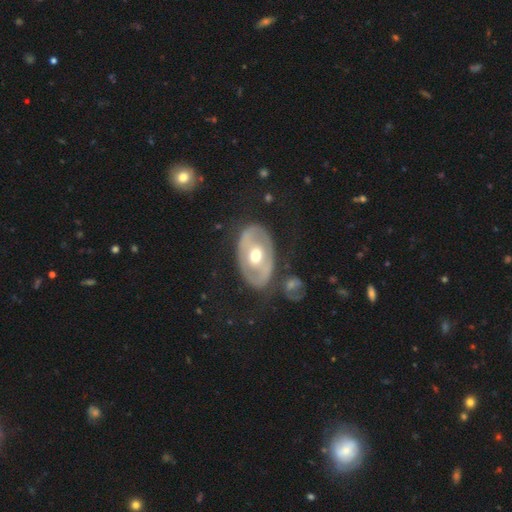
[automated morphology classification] type=featured or disk (64%); edge-on=no (92%); bar=no (61%); spiral arms=no (68%); bulge=moderate (78%); merging=none (71%).